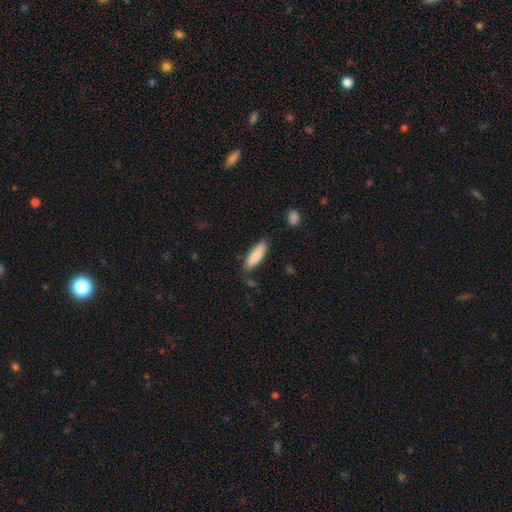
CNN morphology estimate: smooth_or_featured: smooth (p=0.84) [alt: featured or disk p=0.10]
how_rounded: cigar-shaped (p=0.50) [alt: in between p=0.48]
merging: none (p=0.82) [alt: minor disturbance p=0.13]